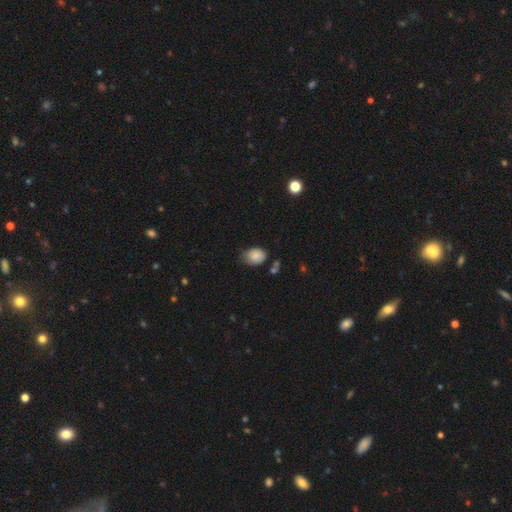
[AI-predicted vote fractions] Overall: smooth (84%). How rounded: in between (68%; round 31%). Merging: none (51%; minor disturbance 37%).